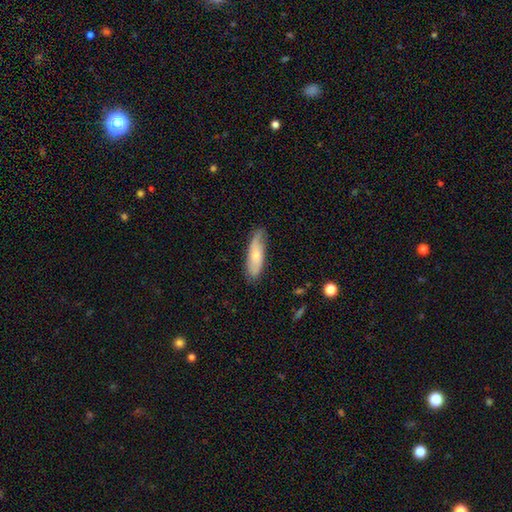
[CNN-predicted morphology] Smooth or featured: smooth — 64% (featured or disk — 30%)
How rounded: in between — 49% (tied with cigar-shaped — 49%)
Merging: none — 70% (minor disturbance — 23%)